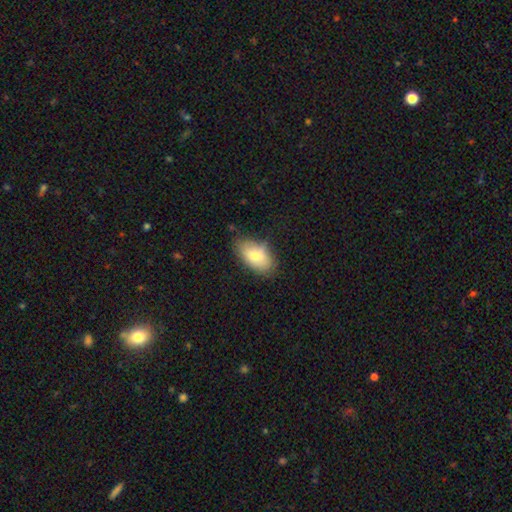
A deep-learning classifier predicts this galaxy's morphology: type=smooth (79%); roundness=in between (93%); merging=none (73%).